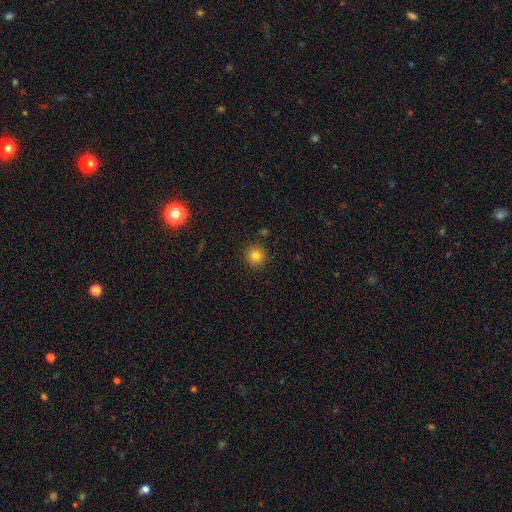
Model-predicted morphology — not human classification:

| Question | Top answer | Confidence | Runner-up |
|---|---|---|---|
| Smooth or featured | smooth | 82% | star or artifact (12%) |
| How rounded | round | 94% | in between (5%) |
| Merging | none | 89% | minor disturbance (6%) |